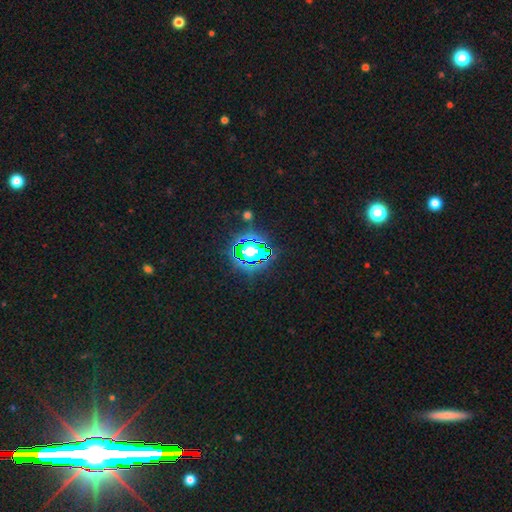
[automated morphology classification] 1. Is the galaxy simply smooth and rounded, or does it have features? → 63% star or artifact, 24% smooth, 13% featured or disk.